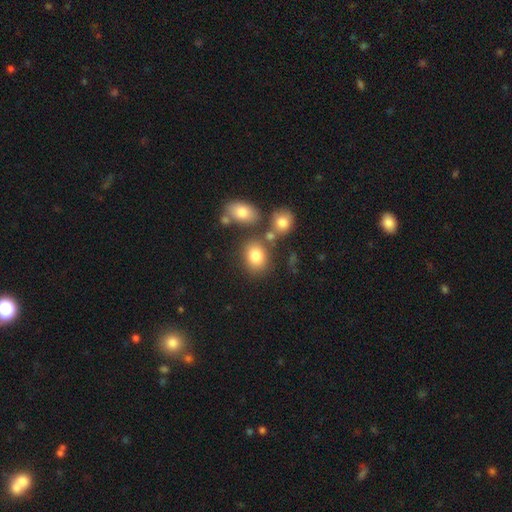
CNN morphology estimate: type=smooth (80%); roundness=in between (56%); merging=none (65%).